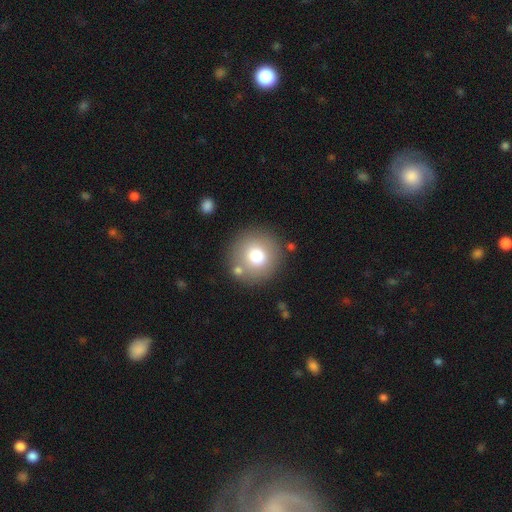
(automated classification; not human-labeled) Overall: smooth (76%). How rounded: round (95%). Merging: none (82%).